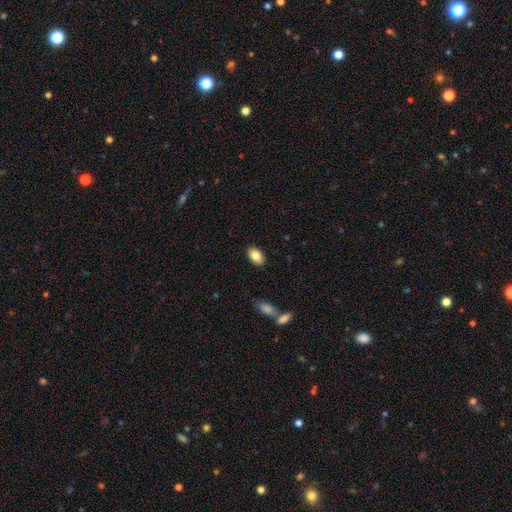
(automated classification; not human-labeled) smooth-or-featured: smooth: 83% | featured or disk: 9% | star or artifact: 7%
  how-rounded: in between: 91% | round: 8% | cigar-shaped: 1%
  merging: none: 88% | minor disturbance: 9% | major disturbance: 2% | merger: 1%